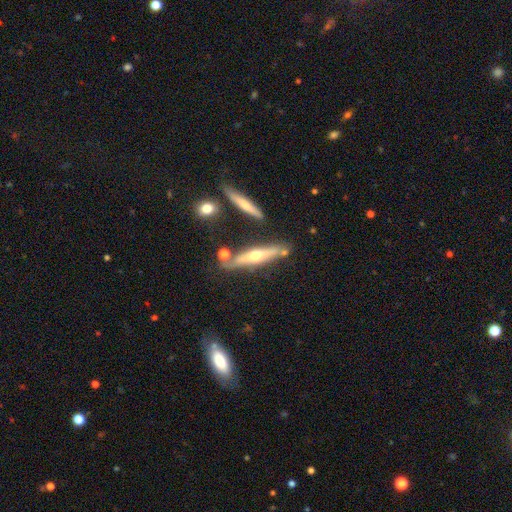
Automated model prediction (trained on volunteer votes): Q: Smooth or featured?
A: featured or disk (64%); runner-up: smooth (30%)
Q: Edge-on disk?
A: yes (93%); runner-up: no (7%)
Q: Edge-on bulge?
A: rounded (90%); runner-up: none (7%)
Q: Merging?
A: none (76%); runner-up: minor disturbance (13%)